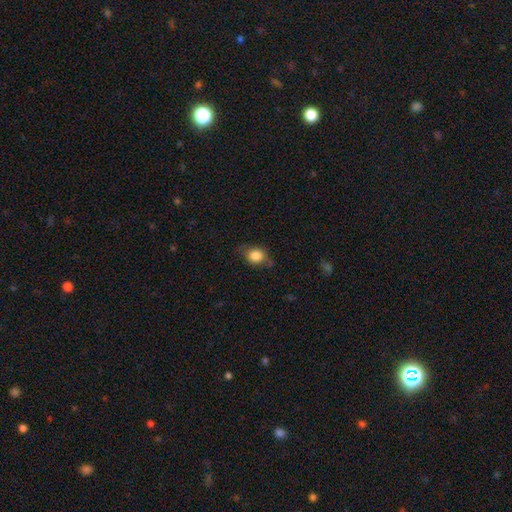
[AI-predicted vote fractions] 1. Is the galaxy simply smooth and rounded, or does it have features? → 82% smooth, 10% featured or disk, 8% star or artifact.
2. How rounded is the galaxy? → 49% in between (tied), 49% round (tied), 2% cigar-shaped.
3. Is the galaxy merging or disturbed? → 65% none, 26% minor disturbance, 8% major disturbance, 2% merger.